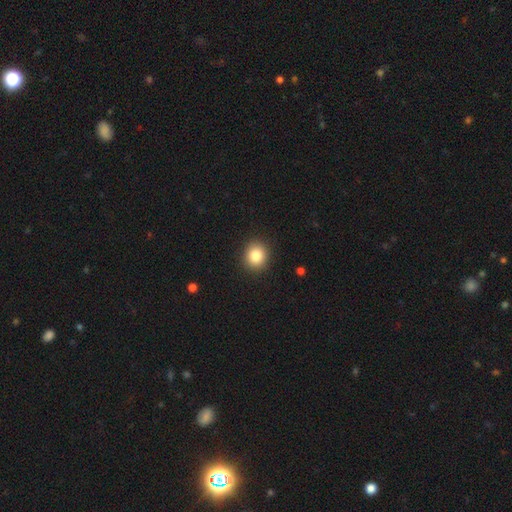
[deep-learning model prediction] Smooth or featured? Predicted: smooth (p=0.84). How rounded? Predicted: round (p=0.82). Merging? Predicted: none (p=0.91).